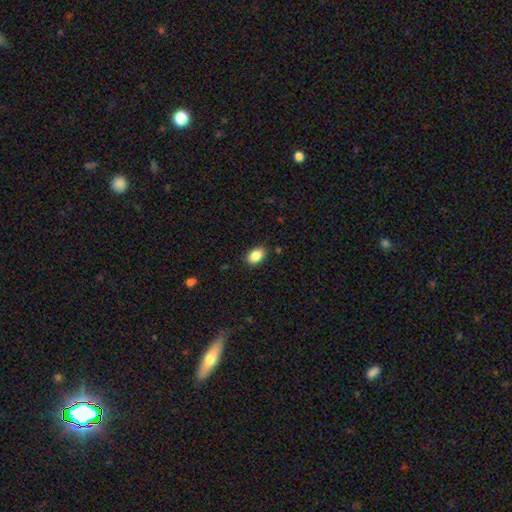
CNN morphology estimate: This is clearly a smooth galaxy (88%). How rounded: clearly in between (88%). Merging: clearly none (87%).